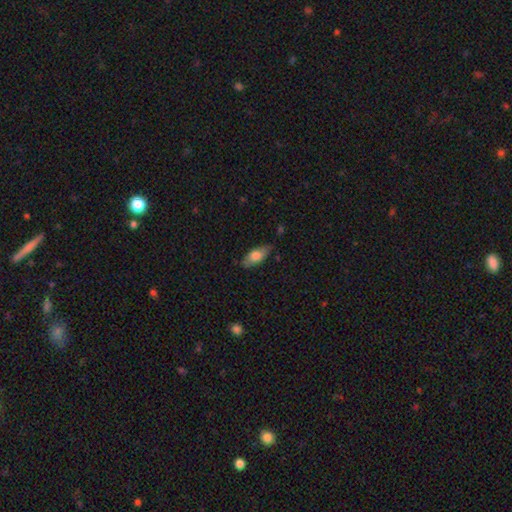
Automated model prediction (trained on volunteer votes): smooth 72%, featured or disk 22%, star or artifact 6%. Down the decision tree: how rounded — in between (82%); merging — none (75%).